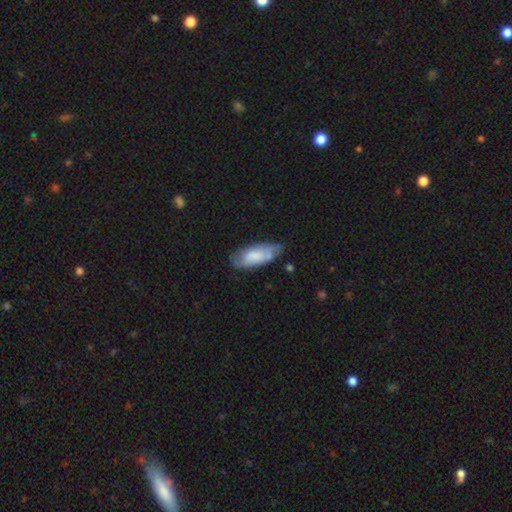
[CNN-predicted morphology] Smooth or featured: smooth — 67% (featured or disk — 27%)
How rounded: in between — 79% (cigar-shaped — 20%)
Merging: none — 60% (minor disturbance — 29%)